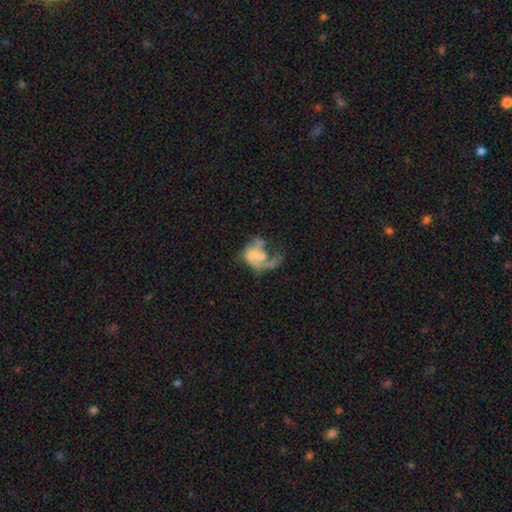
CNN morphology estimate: featured or disk 59%, smooth 32%, star or artifact 9%. Down the decision tree: edge-on disk — no (98%); bar — no (77%); spiral arms — yes (51%); bulge size — none (34%); merging — major disturbance (48%).